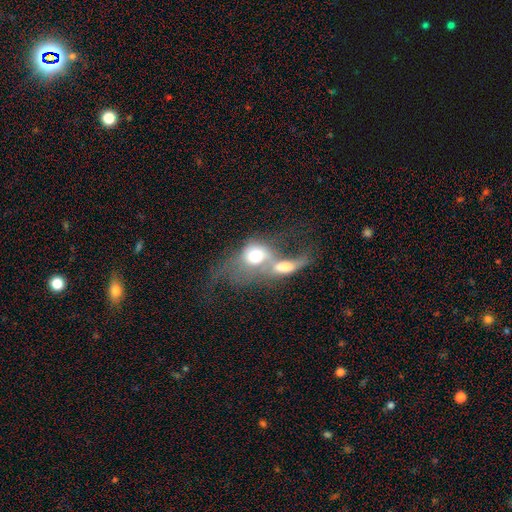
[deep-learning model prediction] Morphology: type=smooth (54%); roundness=in between (54%); merging=merger (76%).